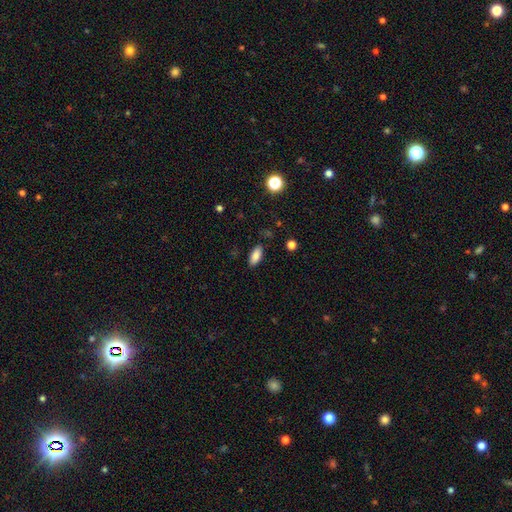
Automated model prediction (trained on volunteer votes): Overall: smooth (85%). How rounded: in between (85%). Merging: none (85%).